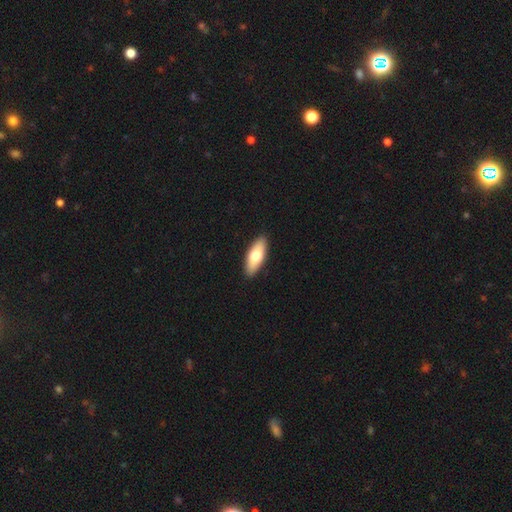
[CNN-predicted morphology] This is likely a smooth galaxy (70%). How rounded: likely in between (74%). Merging: clearly none (91%).